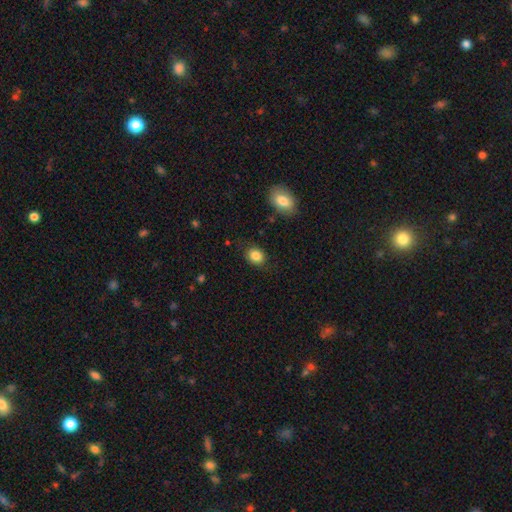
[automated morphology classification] This appears to be a smooth galaxy with no disk features (85%) that is in between round and cigar-shaped (51%). Merging: none (83%).